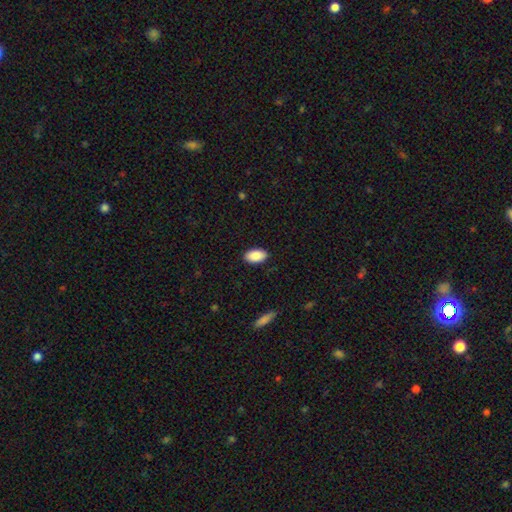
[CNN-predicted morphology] This appears to be a smooth galaxy with no disk features (89%) that is in between round and cigar-shaped (94%). Merging: none (89%).